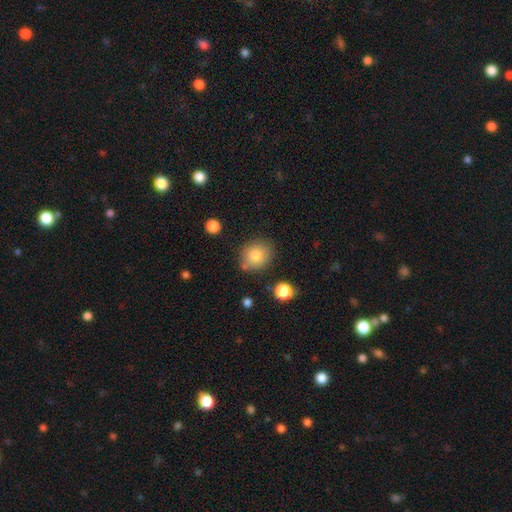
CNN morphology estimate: Q: Smooth or featured?
A: smooth (82%); runner-up: star or artifact (10%)
Q: How rounded?
A: round (76%); runner-up: in between (23%)
Q: Merging?
A: none (75%); runner-up: minor disturbance (15%)